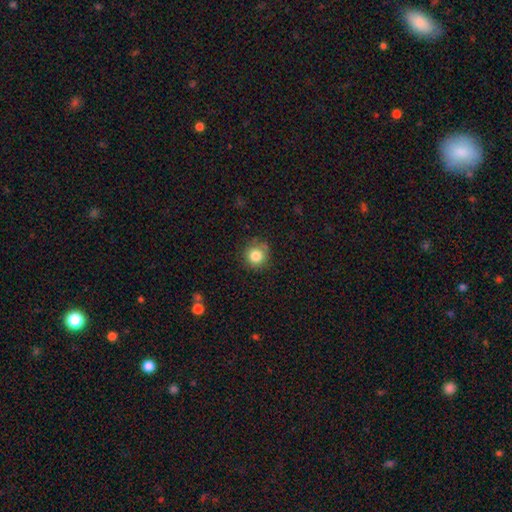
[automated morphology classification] Smooth or featured?
  - smooth: 83% *
  - star or artifact: 11%
  - featured or disk: 7%
How rounded?
  - round: 92% *
  - in between: 7%
  - cigar-shaped: 1%
Merging?
  - none: 78% *
  - minor disturbance: 15%
  - major disturbance: 4%
  - merger: 2%